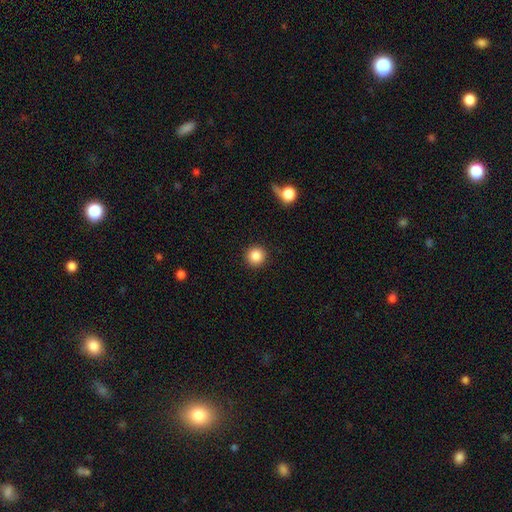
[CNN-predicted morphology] A smooth galaxy with no disk features (86%) that is round (95%). Merging: none (92%).